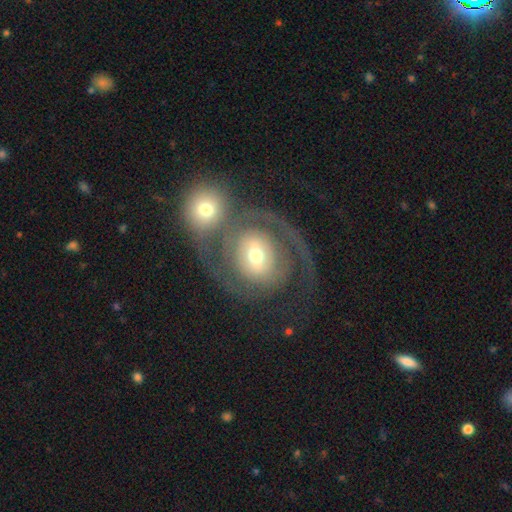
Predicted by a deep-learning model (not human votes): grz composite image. It shows a featured or disk galaxy (63%) with no bar (53%), spiral arms (62%) and a moderate central bulge (58%). Merging: merger (48%).